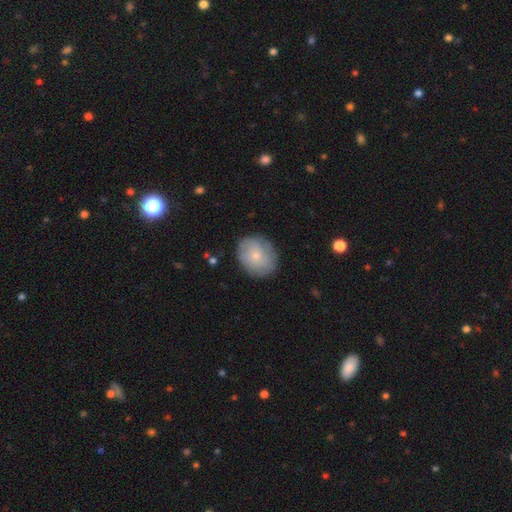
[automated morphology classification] This is likely a smooth galaxy (64%). How rounded: likely round (62%). Merging: likely none (79%).